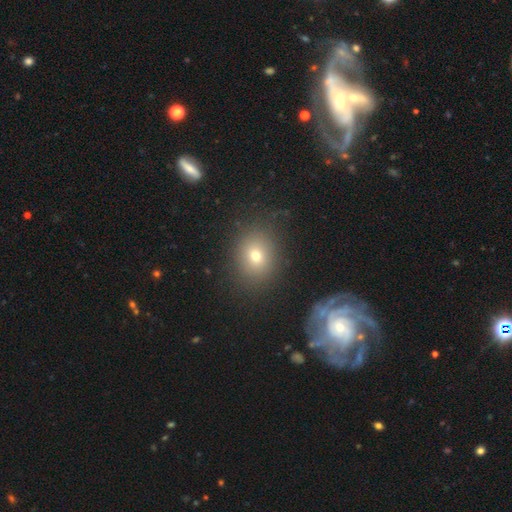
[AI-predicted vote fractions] smooth 68%, featured or disk 16%, star or artifact 16%. Down the decision tree: how rounded — round (64%); merging — none (83%).